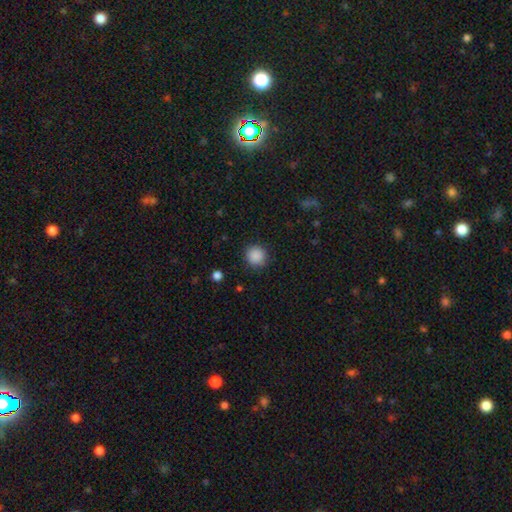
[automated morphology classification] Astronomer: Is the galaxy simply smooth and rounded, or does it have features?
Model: smooth — 88%.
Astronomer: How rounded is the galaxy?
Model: round — 93%.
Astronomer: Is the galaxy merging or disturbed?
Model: none — 88%.